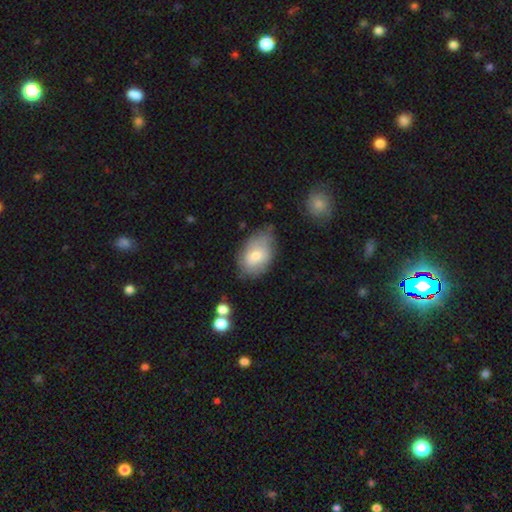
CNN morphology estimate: A smooth galaxy with no disk features (64%) that is in between round and cigar-shaped (85%).

Vote fractions:
- Smooth or featured? smooth: 64% / featured or disk: 29% / star or artifact: 7%
- How rounded? in between: 85% / round: 14% / cigar-shaped: 1%
- Merging? none: 59% / minor disturbance: 29% / major disturbance: 9% / merger: 3%